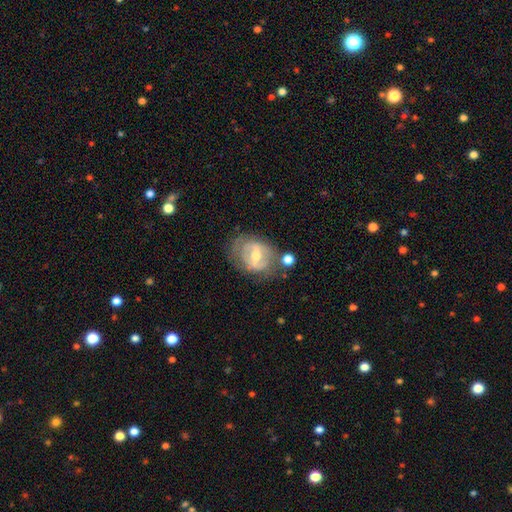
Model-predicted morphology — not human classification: Smooth or featured: featured or disk — 73% (smooth — 20%)
Edge-on disk: no — 94% (yes — 6%)
Bar: strong — 44% (weak — 40%)
Spiral arms: yes — 58% (no — 42%)
Bulge size: moderate — 63% (small — 32%)
Merging: none — 61% (minor disturbance — 21%)